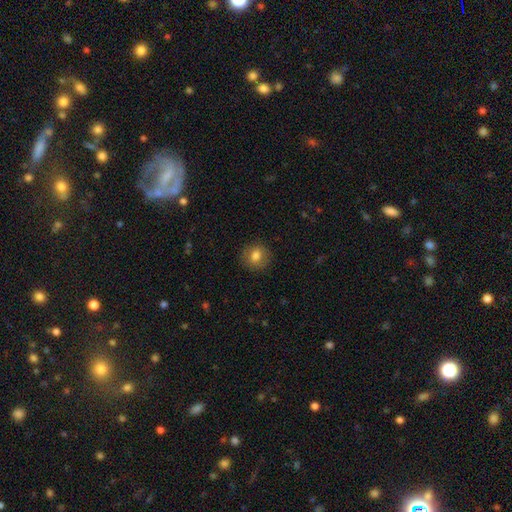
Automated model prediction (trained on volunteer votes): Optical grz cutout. It shows a smooth galaxy with no disk features (78%) that is round (82%). Merging: none (87%).